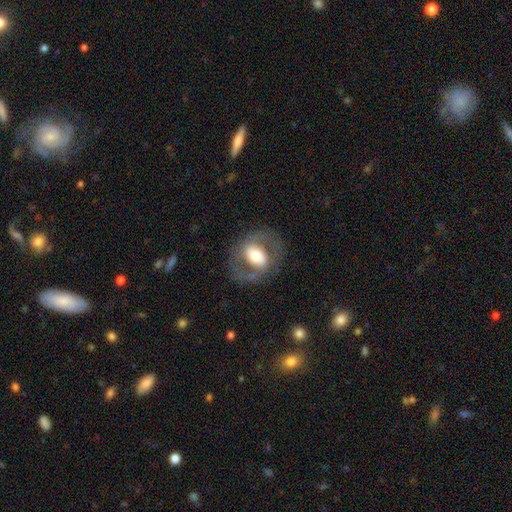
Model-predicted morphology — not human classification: Smooth or featured: featured or disk — 68% (smooth — 25%)
Edge-on disk: no — 95% (yes — 5%)
Bar: strong — 35% (weak — 34%)
Spiral arms: yes — 66% (no — 34%)
Bulge size: moderate — 54% (large — 29%)
Merging: none — 75% (minor disturbance — 13%)